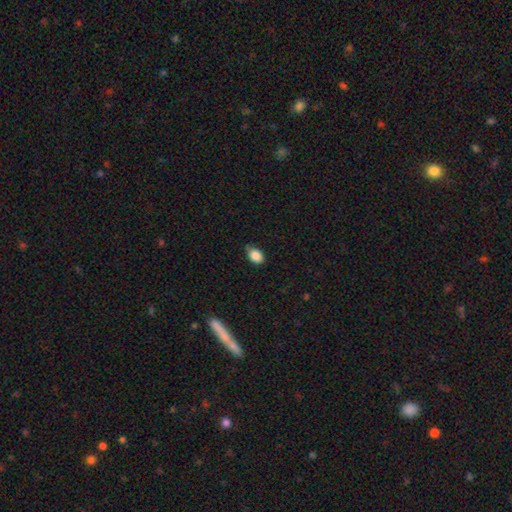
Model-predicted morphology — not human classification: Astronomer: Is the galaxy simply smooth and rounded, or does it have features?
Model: smooth — 87%.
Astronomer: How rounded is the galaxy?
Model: in between — 79%.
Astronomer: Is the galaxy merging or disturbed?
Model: none — 66%.